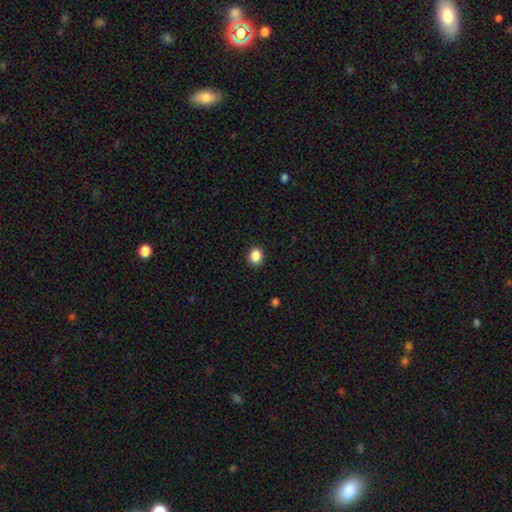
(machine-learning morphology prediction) Smooth or featured? Predicted: smooth (p=0.87). How rounded? Predicted: round (p=0.79). Merging? Predicted: none (p=0.91).